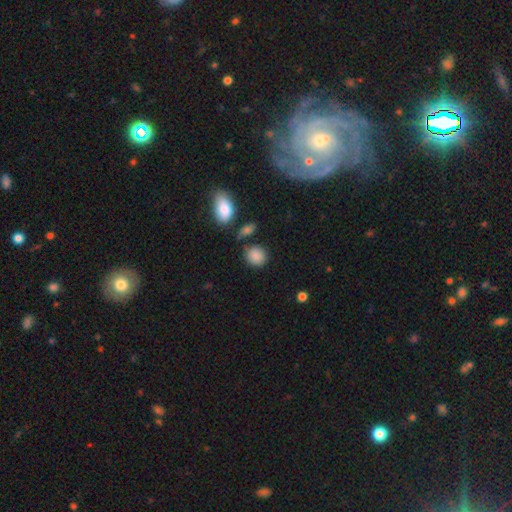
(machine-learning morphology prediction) This is clearly a smooth galaxy (88%). How rounded: likely round (73%). Merging: likely none (74%).